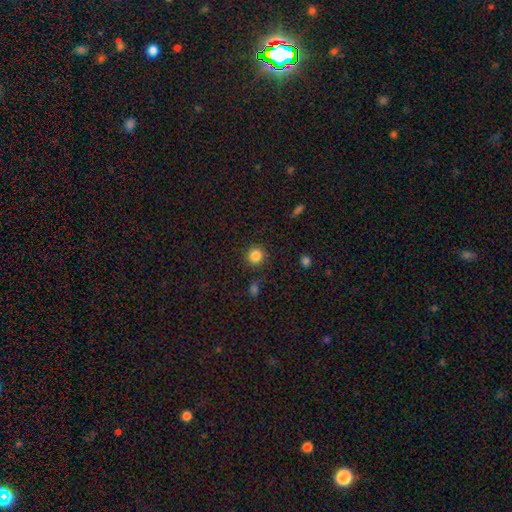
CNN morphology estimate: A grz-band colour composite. It shows a smooth galaxy with no disk features (85%) that is round (91%). Merging: none (88%).